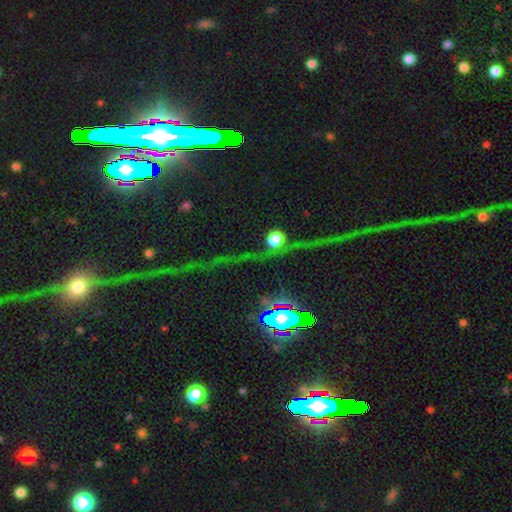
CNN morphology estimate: A star or artifact, not a galaxy (69%).